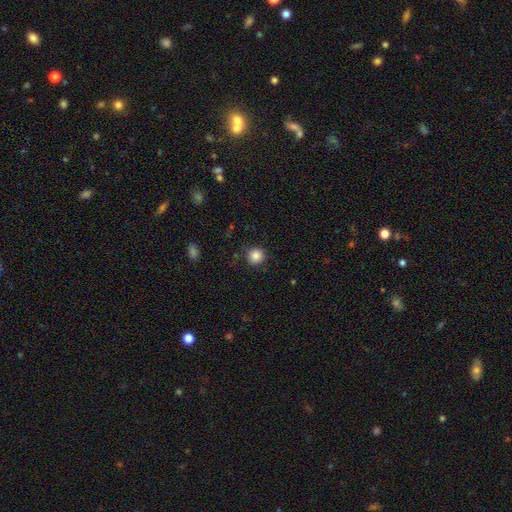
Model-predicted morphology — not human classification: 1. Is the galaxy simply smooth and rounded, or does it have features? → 85% smooth, 11% star or artifact, 4% featured or disk.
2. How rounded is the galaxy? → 93% round, 6% in between, 1% cigar-shaped.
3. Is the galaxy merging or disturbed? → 89% none, 7% minor disturbance, 2% major disturbance, 1% merger.